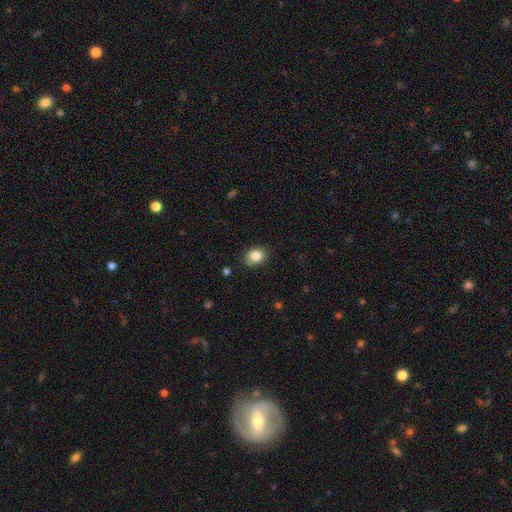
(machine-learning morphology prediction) This appears to be a smooth galaxy with no disk features (84%) that is in between round and cigar-shaped (58%). Merging: none (79%).